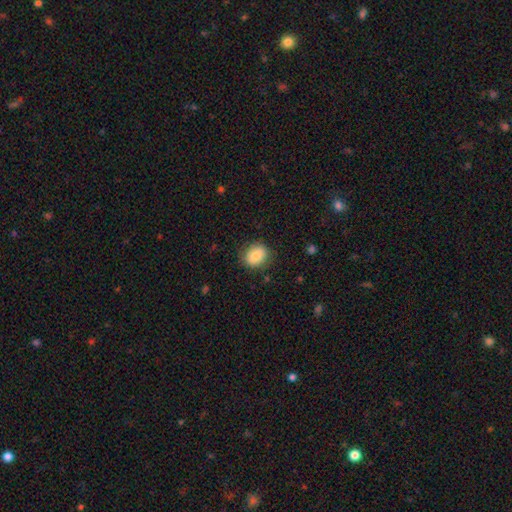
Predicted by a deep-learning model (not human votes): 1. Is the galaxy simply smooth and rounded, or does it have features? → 82% smooth, 10% featured or disk, 8% star or artifact.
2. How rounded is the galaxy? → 56% round, 44% in between, 1% cigar-shaped.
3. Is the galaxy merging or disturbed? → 81% none, 14% minor disturbance, 4% major disturbance, 1% merger.